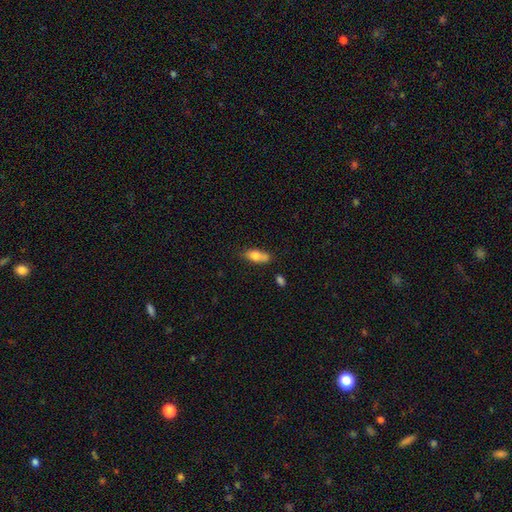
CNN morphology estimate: Smooth or featured? smooth (75%)
How rounded? in between (79%)
Merging? none (52%)